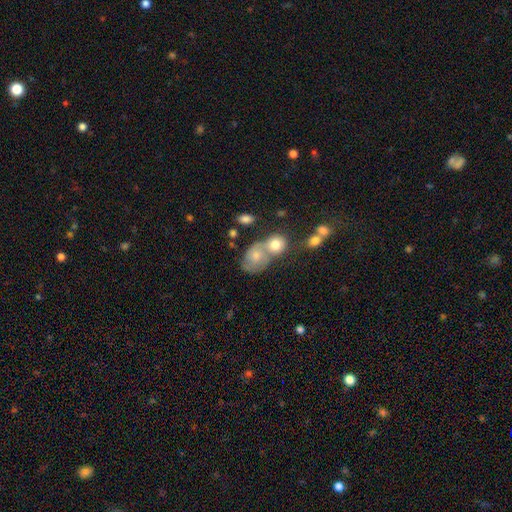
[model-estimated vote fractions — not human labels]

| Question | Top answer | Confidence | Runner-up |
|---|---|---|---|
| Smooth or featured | smooth | 61% | featured or disk (30%) |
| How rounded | in between | 58% | round (40%) |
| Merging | merger | 56% | none (25%) |